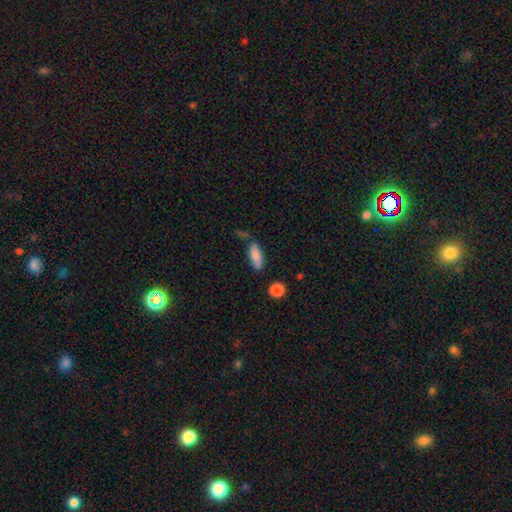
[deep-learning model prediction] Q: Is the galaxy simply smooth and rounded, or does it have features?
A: smooth — 84%.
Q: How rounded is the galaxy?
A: in between — 65%.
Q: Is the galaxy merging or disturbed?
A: none — 64%.